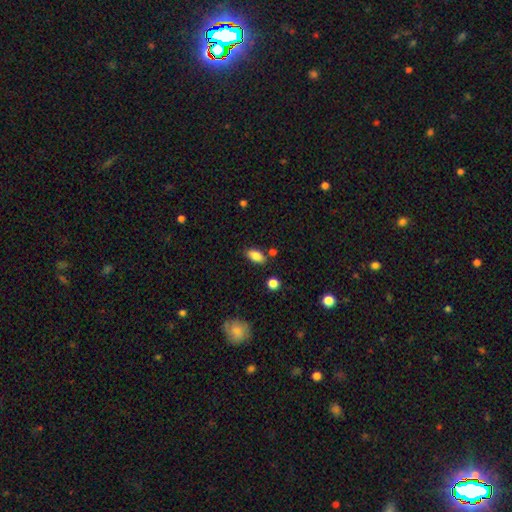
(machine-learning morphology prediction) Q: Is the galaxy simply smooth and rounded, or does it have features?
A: smooth — 85%.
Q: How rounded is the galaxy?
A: in between — 90%.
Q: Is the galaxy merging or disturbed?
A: none — 79%.